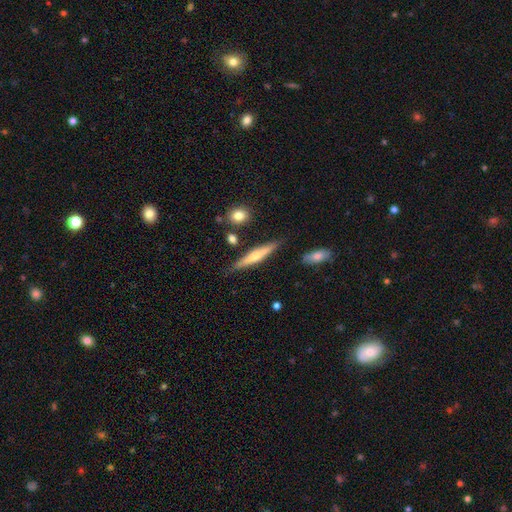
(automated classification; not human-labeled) Smooth or featured: featured or disk — 48% (smooth — 46%)
Merging: none — 82% (minor disturbance — 12%)